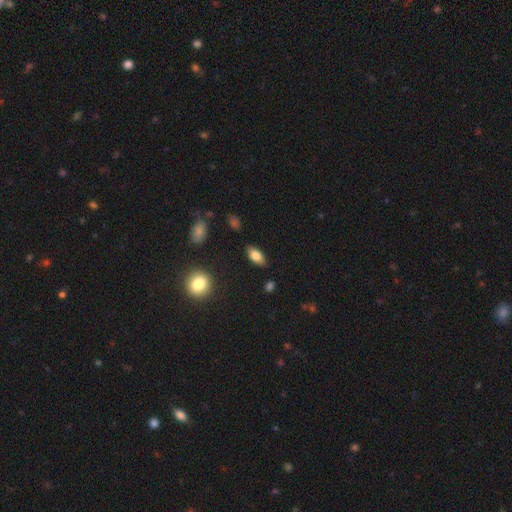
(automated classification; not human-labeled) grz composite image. It shows a smooth galaxy with no disk features (78%) that is in between round and cigar-shaped (89%). Merging: none (86%).